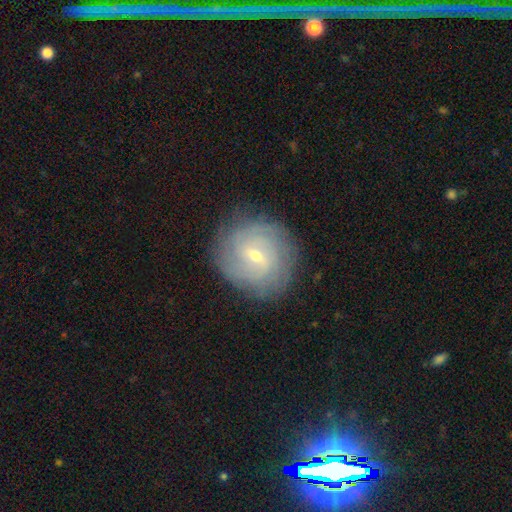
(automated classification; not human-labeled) Q: Smooth or featured?
A: featured or disk (77%); runner-up: smooth (16%)
Q: Edge-on disk?
A: no (97%); runner-up: yes (3%)
Q: Bar?
A: weak (59%); runner-up: no (28%)
Q: Spiral arms?
A: yes (92%); runner-up: no (8%)
Q: Spiral winding?
A: tight (73%); runner-up: medium (21%)
Q: Spiral arm count?
A: can't tell (43%); runner-up: 2 (16%)
Q: Bulge size?
A: small (63%); runner-up: moderate (35%)
Q: Merging?
A: none (84%); runner-up: minor disturbance (11%)